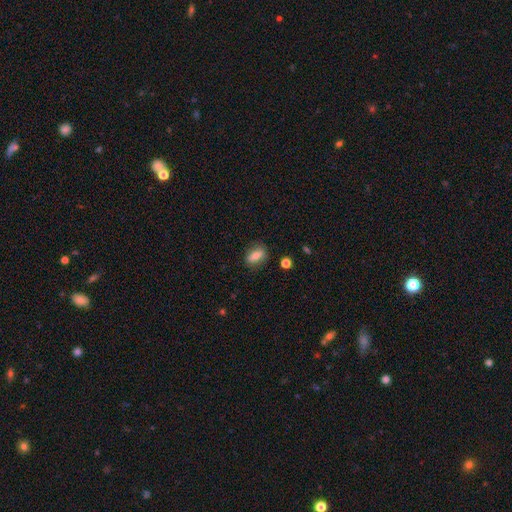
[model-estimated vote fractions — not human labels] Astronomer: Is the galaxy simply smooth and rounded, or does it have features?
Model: smooth — 77%.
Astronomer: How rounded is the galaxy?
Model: in between — 77%.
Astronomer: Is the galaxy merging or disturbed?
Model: none — 82%.